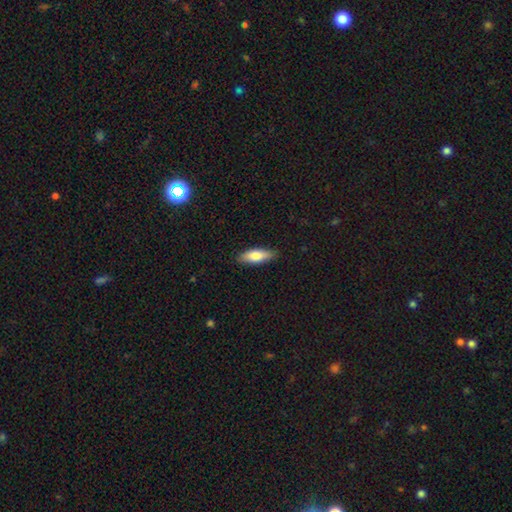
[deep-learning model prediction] Q: Smooth or featured?
A: smooth (74%); runner-up: featured or disk (20%)
Q: How rounded?
A: in between (61%); runner-up: cigar-shaped (37%)
Q: Merging?
A: none (87%); runner-up: minor disturbance (10%)